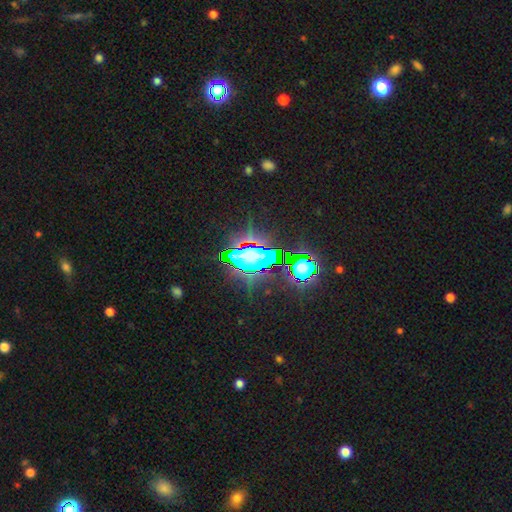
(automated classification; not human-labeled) Smooth or featured? star or artifact (60%)